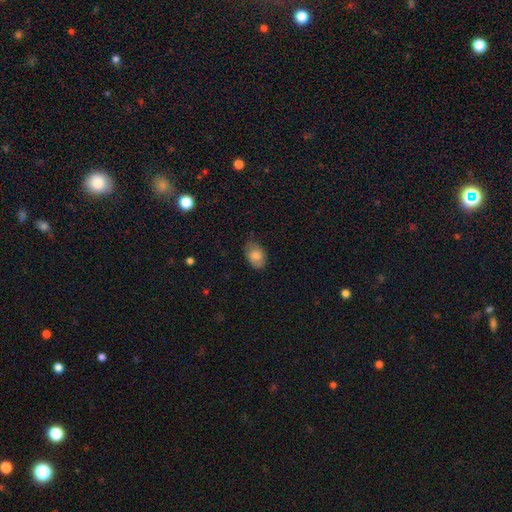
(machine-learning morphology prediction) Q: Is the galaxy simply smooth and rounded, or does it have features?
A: smooth — 75%.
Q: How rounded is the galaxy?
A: in between — 87%.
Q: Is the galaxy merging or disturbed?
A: none — 70%.